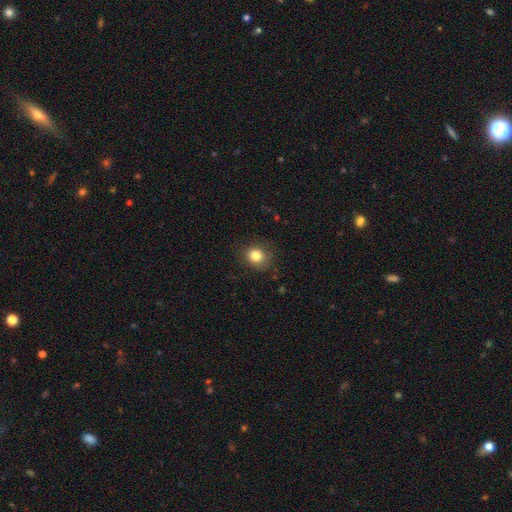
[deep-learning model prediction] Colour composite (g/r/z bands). It shows a smooth galaxy with no disk features (83%) that is round (76%). Merging: none (80%).